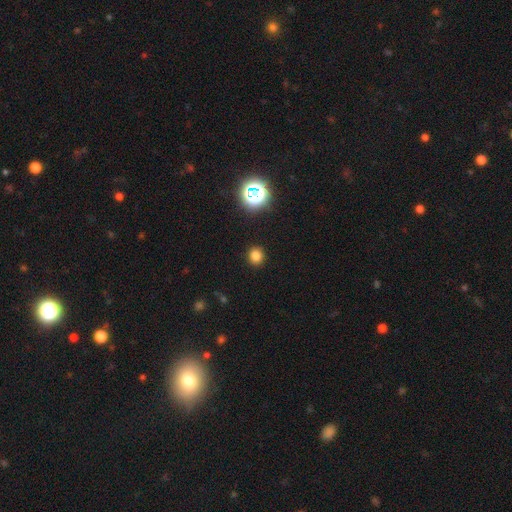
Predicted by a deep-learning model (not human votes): Smooth or featured?
  - smooth: 77% *
  - star or artifact: 18%
  - featured or disk: 5%
How rounded?
  - round: 85% *
  - in between: 14%
  - cigar-shaped: 1%
Merging?
  - none: 91% *
  - minor disturbance: 6%
  - major disturbance: 2%
  - merger: 1%